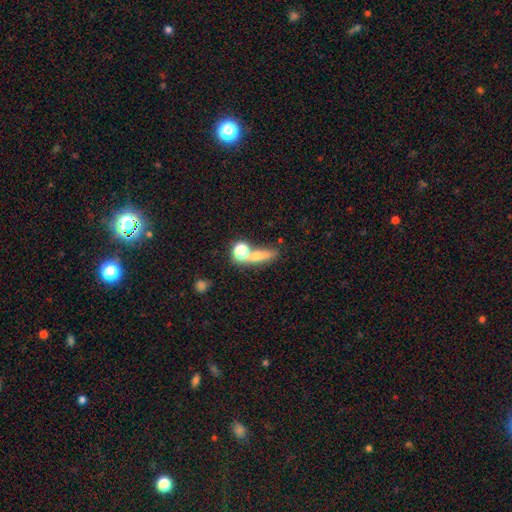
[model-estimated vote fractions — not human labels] Smooth or featured? smooth (61%)
How rounded? in between (39%)
Merging? none (44%)